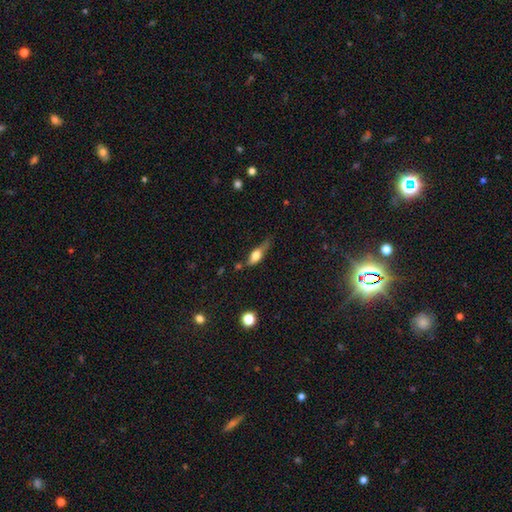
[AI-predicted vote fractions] Smooth or featured? Predicted: smooth (p=0.60). How rounded? Predicted: in between (p=0.60). Merging? Predicted: none (p=0.42).